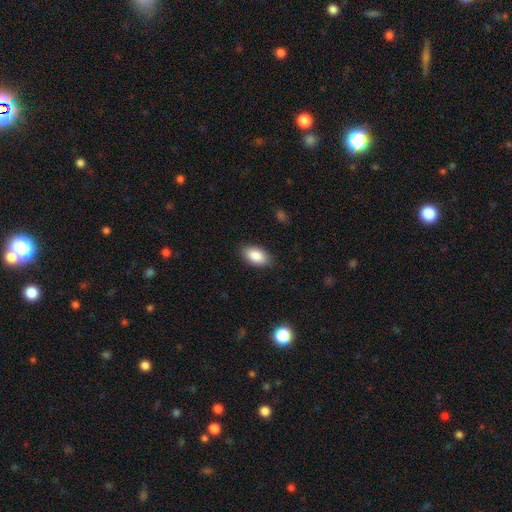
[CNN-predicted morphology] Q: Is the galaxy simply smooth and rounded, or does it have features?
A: smooth — 87%.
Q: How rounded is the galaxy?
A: in between — 93%.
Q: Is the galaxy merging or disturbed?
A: none — 86%.